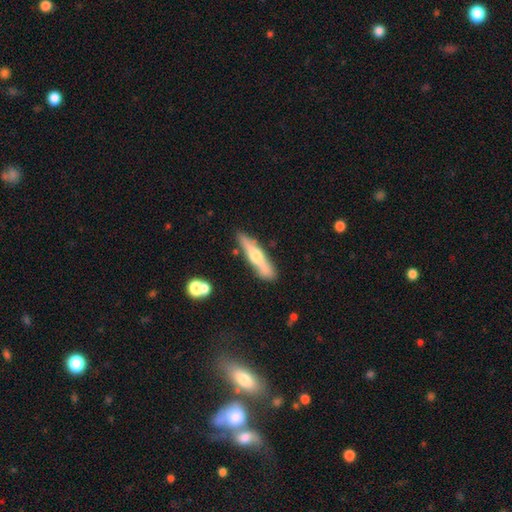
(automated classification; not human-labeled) featured or disk 54%, smooth 40%, star or artifact 6%. Down the decision tree: edge-on disk — yes (90%); merging — none (81%).